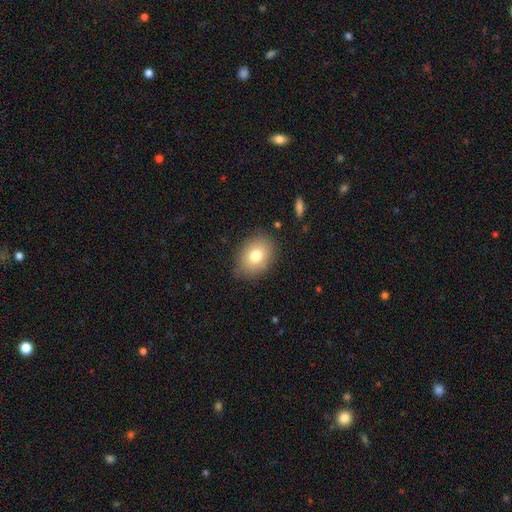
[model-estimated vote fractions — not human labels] Smooth or featured?
  - smooth: 76% *
  - featured or disk: 14%
  - star or artifact: 9%
How rounded?
  - in between: 72% *
  - round: 27%
  - cigar-shaped: 1%
Merging?
  - none: 82% *
  - minor disturbance: 14%
  - major disturbance: 3%
  - merger: 1%